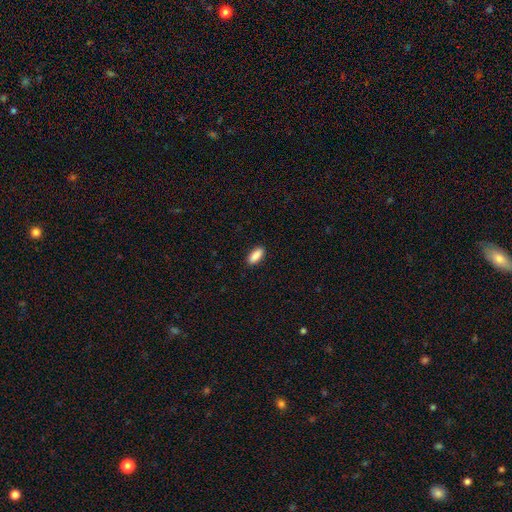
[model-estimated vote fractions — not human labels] Smooth or featured: smooth — 90% (star or artifact — 7%)
How rounded: in between — 84% (cigar-shaped — 14%)
Merging: none — 90% (minor disturbance — 7%)